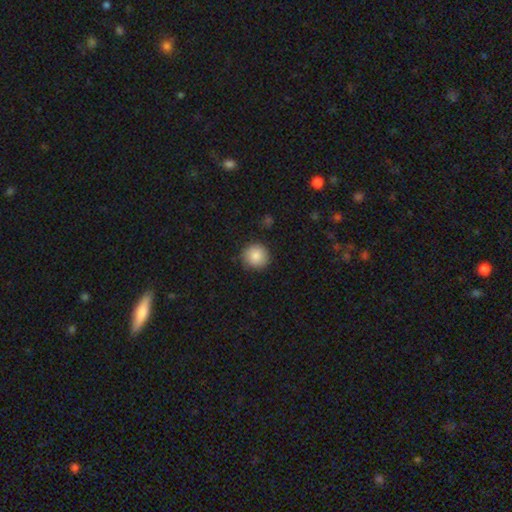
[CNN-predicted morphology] Smooth or featured: smooth — 87% (star or artifact — 8%)
How rounded: round — 93% (in between — 6%)
Merging: none — 87% (minor disturbance — 10%)